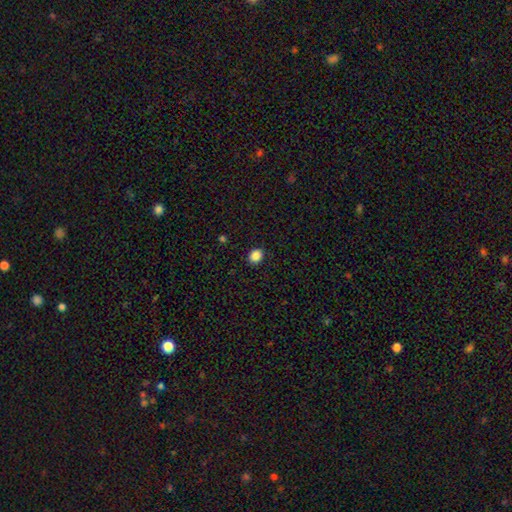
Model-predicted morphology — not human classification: This appears to be a smooth galaxy with no disk features (87%) that is round (63%). Merging: none (90%).